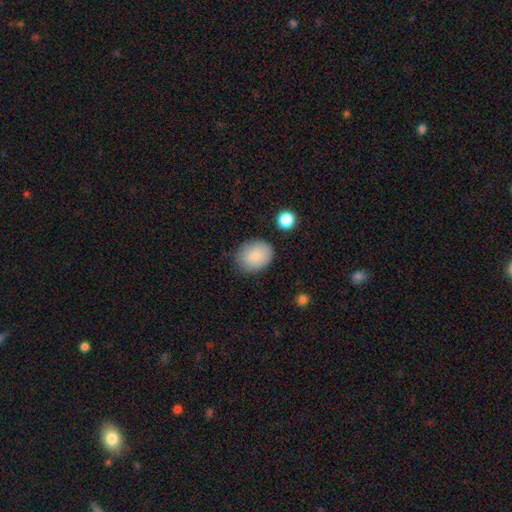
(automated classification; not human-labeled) A smooth galaxy with no disk features (86%) that is in between round and cigar-shaped (58%). Merging: none (77%).